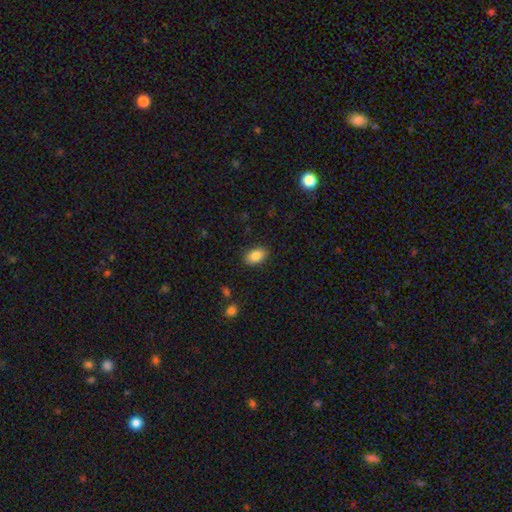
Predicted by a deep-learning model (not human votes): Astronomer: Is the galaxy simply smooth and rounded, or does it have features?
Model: smooth — 86%.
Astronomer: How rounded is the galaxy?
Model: in between — 90%.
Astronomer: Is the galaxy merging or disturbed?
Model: none — 87%.